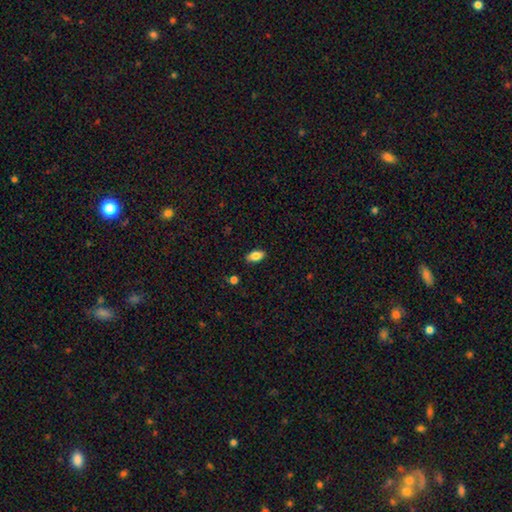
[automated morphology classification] This appears to be a smooth galaxy with no disk features (83%) that is in between round and cigar-shaped (91%). Merging: none (88%).